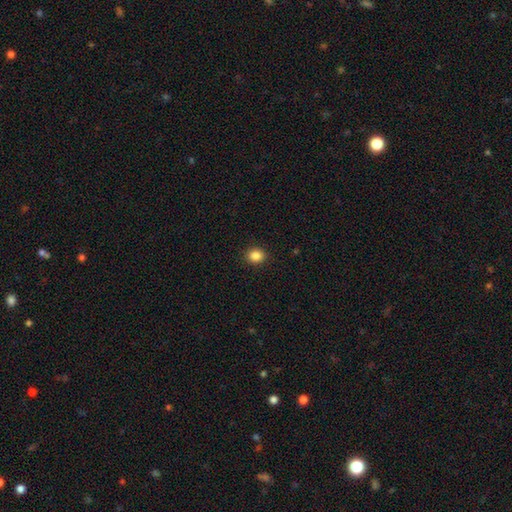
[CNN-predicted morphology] A smooth galaxy with no disk features (86%) that is round (68%). Merging: none (91%).